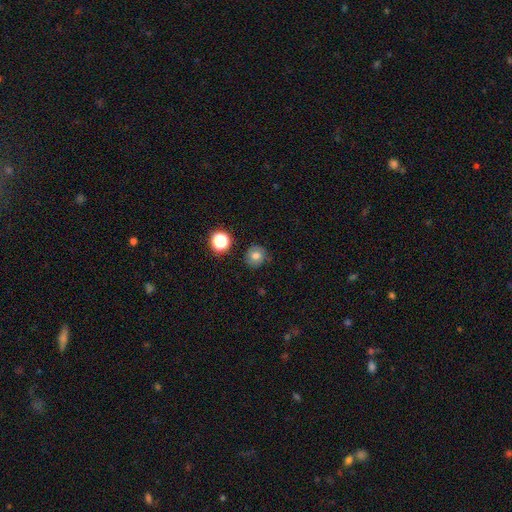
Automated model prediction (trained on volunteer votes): This is likely a smooth galaxy (73%). How rounded: clearly round (86%). Merging: clearly none (83%).